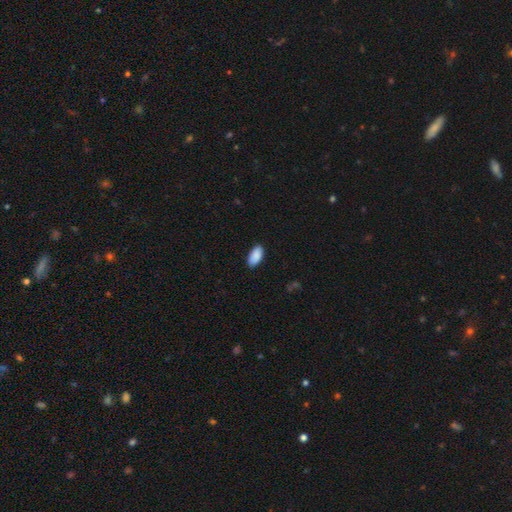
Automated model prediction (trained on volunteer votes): smooth_or_featured: smooth (p=0.90) [alt: star or artifact p=0.06]
how_rounded: in between (p=0.94) [alt: cigar-shaped p=0.04]
merging: none (p=0.86) [alt: minor disturbance p=0.11]